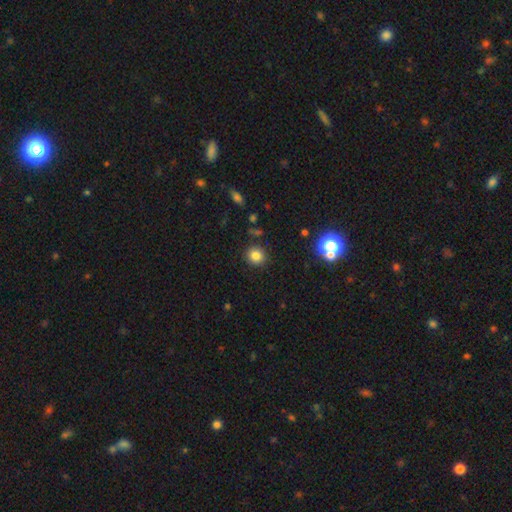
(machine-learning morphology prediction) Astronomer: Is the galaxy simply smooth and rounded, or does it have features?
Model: smooth — 82%.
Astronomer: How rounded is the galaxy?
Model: round — 89%.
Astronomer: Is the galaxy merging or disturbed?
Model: none — 88%.